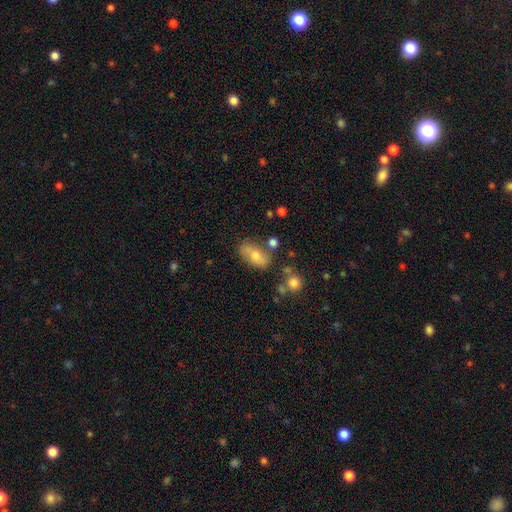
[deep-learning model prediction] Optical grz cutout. It shows a smooth galaxy with no disk features (61%) that is in between round and cigar-shaped (87%). Merging: none (68%).